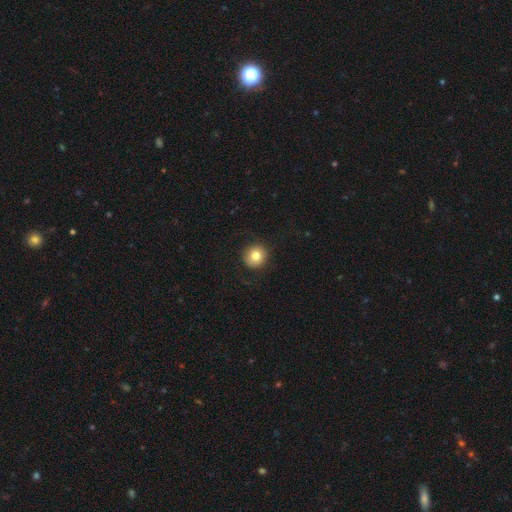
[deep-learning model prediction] Morphology: type=smooth (79%); roundness=round (92%); merging=none (85%).